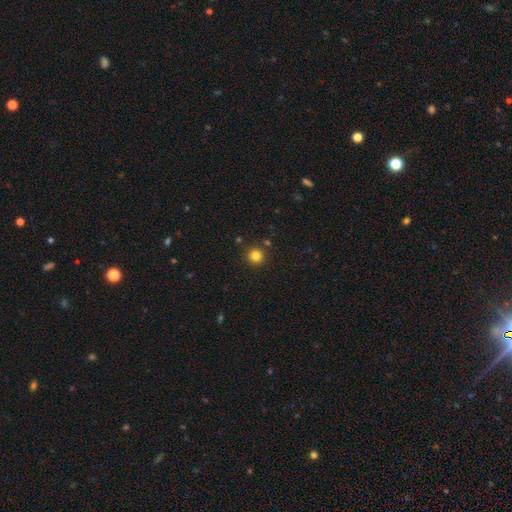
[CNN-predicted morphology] Overall: smooth (82%). How rounded: round (95%). Merging: none (89%).